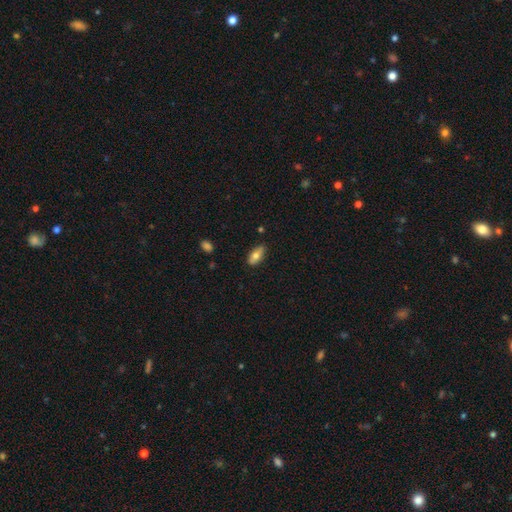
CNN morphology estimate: smooth 73%, featured or disk 20%, star or artifact 7%. Down the decision tree: how rounded — in between (81%); merging — none (84%).